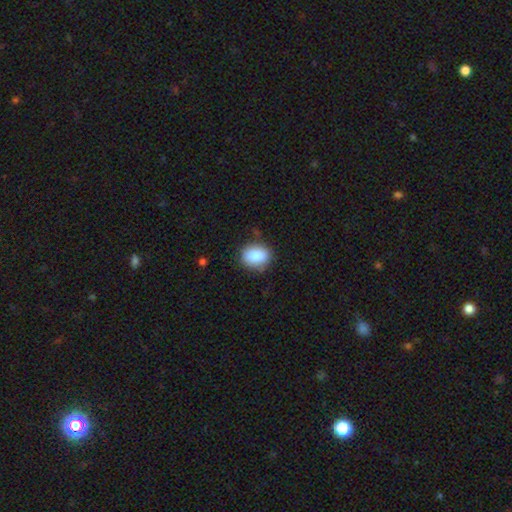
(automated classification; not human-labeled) smooth-or-featured: smooth: 86% | star or artifact: 8% | featured or disk: 6%
  how-rounded: in between: 52% | round: 47% | cigar-shaped: 1%
  merging: none: 82% | minor disturbance: 13% | major disturbance: 3% | merger: 2%